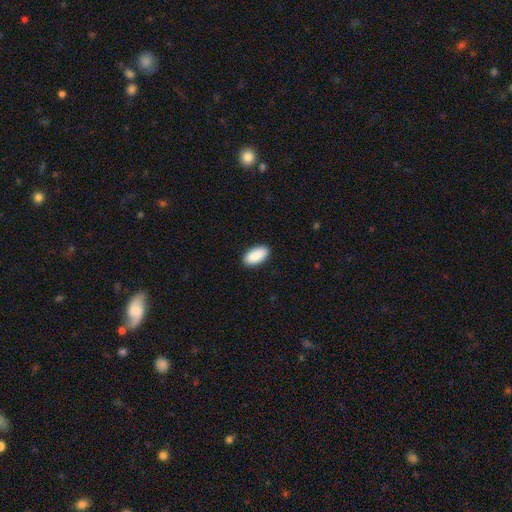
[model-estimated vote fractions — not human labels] smooth_or_featured: smooth (p=0.92) [alt: star or artifact p=0.06]
how_rounded: in between (p=0.95) [alt: cigar-shaped p=0.03]
merging: none (p=0.90) [alt: minor disturbance p=0.07]